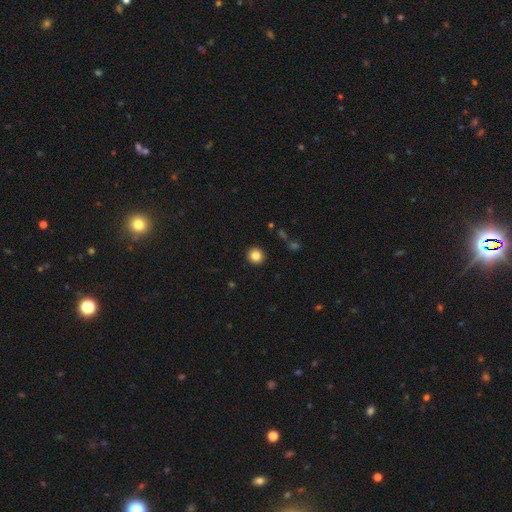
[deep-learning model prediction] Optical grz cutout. It shows a smooth galaxy with no disk features (84%) that is round (94%). Merging: none (93%).